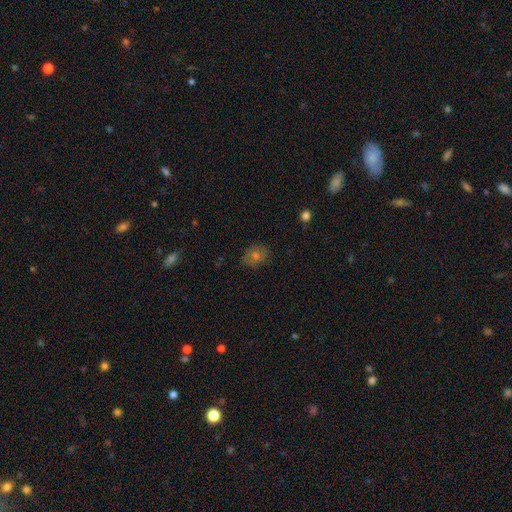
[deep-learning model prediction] This is possibly a smooth galaxy (54%). How rounded: likely round (64%). Merging: clearly none (81%).